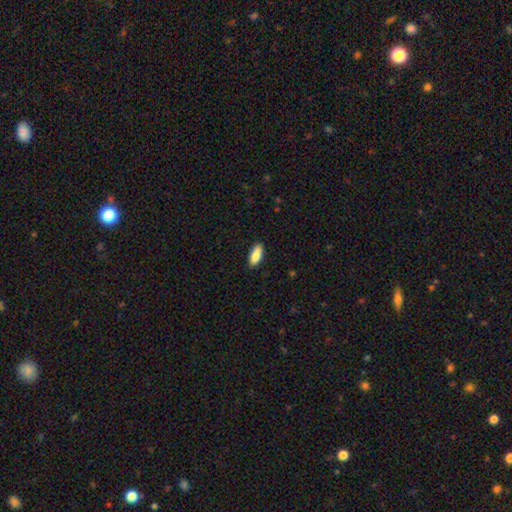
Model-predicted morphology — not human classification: smooth 84%, featured or disk 10%, star or artifact 6%. Down the decision tree: how rounded — in between (78%); merging — none (86%).